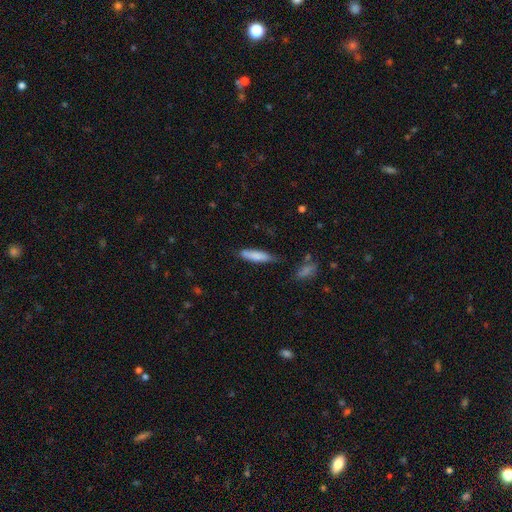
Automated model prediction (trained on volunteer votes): Smooth or featured? smooth (81%)
How rounded? cigar-shaped (72%)
Merging? none (68%)